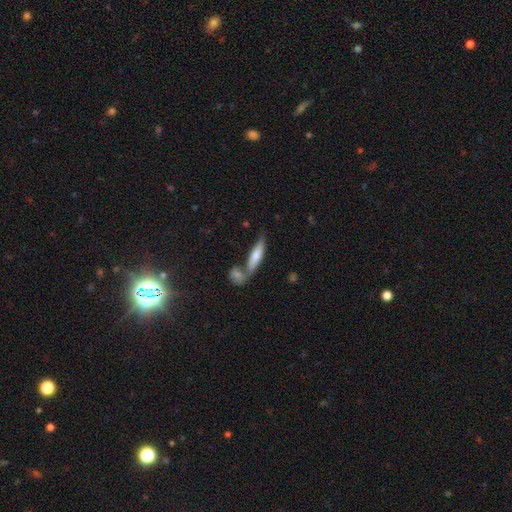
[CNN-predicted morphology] Smooth or featured?
  - smooth: 61% *
  - featured or disk: 32%
  - star or artifact: 6%
How rounded?
  - cigar-shaped: 72% *
  - in between: 26%
  - round: 2%
Merging?
  - none: 51% *
  - merger: 32%
  - minor disturbance: 13%
  - major disturbance: 4%